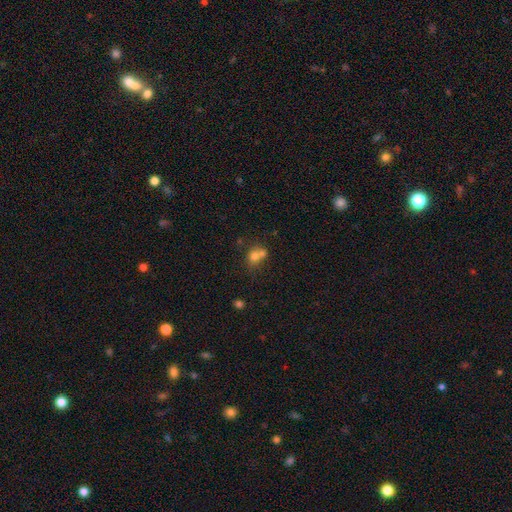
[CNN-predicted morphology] Q: Smooth or featured?
A: smooth (71%); runner-up: featured or disk (16%)
Q: How rounded?
A: round (66%); runner-up: in between (33%)
Q: Merging?
A: merger (54%); runner-up: none (33%)